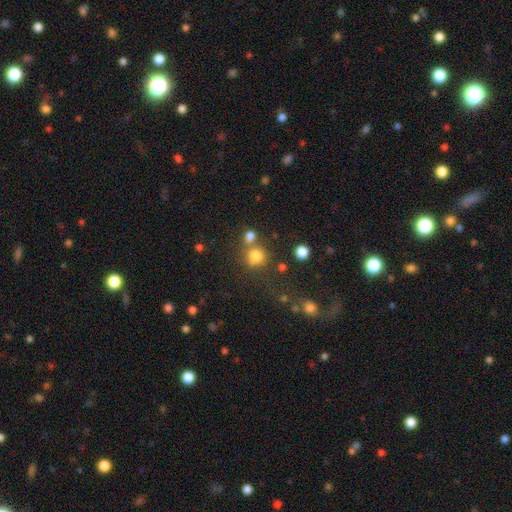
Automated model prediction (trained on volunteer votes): Q: Smooth or featured?
A: smooth (76%); runner-up: star or artifact (16%)
Q: How rounded?
A: round (82%); runner-up: in between (17%)
Q: Merging?
A: none (56%); runner-up: merger (28%)